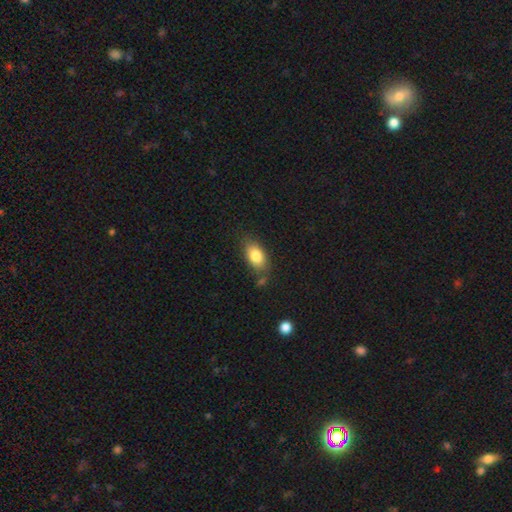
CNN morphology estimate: Smooth or featured: smooth — 83% (featured or disk — 10%)
How rounded: in between — 89% (round — 7%)
Merging: none — 70% (minor disturbance — 18%)